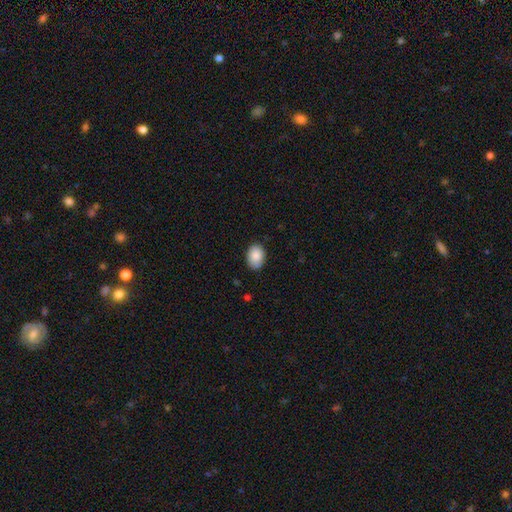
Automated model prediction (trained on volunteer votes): Morphology: type=smooth (87%); roundness=in between (78%); merging=none (85%).